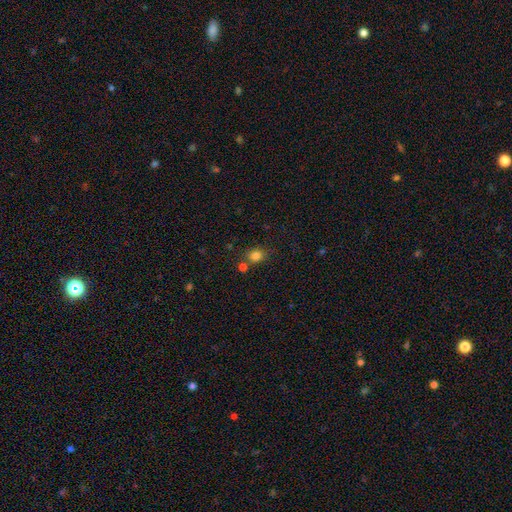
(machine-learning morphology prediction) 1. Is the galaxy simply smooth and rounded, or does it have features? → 81% smooth, 13% star or artifact, 6% featured or disk.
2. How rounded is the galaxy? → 72% round, 27% in between, 1% cigar-shaped.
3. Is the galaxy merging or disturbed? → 70% none, 15% merger, 11% minor disturbance, 4% major disturbance.